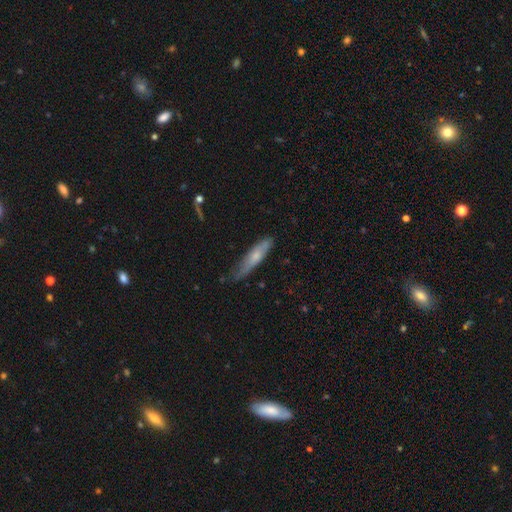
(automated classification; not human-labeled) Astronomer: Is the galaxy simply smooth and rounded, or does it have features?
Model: smooth — 59% (runner-up: featured or disk, 35%).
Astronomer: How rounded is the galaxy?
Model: cigar-shaped — 84%.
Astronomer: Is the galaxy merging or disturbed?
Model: none — 65%.